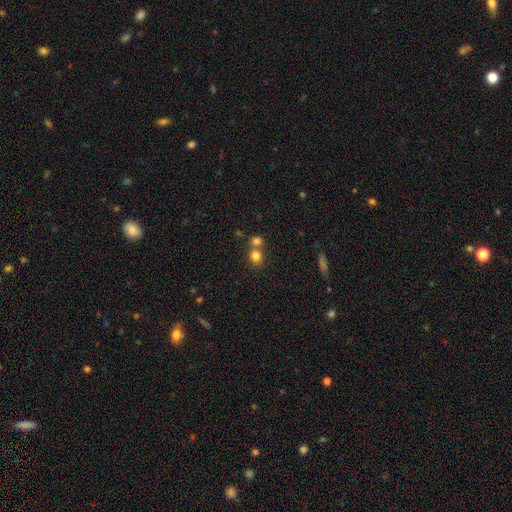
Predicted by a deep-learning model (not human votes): Morphology: type=smooth (80%); roundness=round (74%); merging=none (52%).